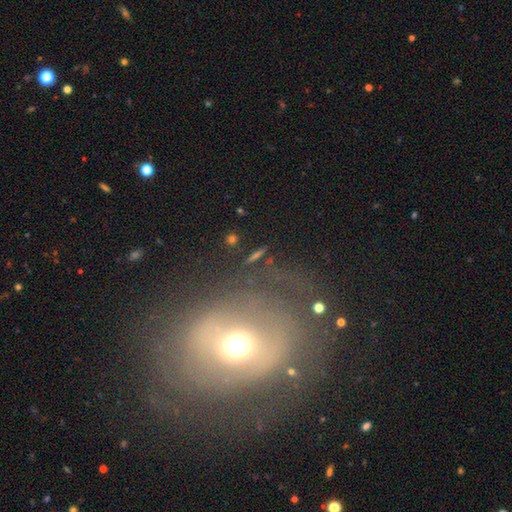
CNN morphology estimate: The model was most divided on "smooth or featured": smooth: 38%, featured or disk: 35%, star or artifact: 27%. More confident: merging — none (72%).